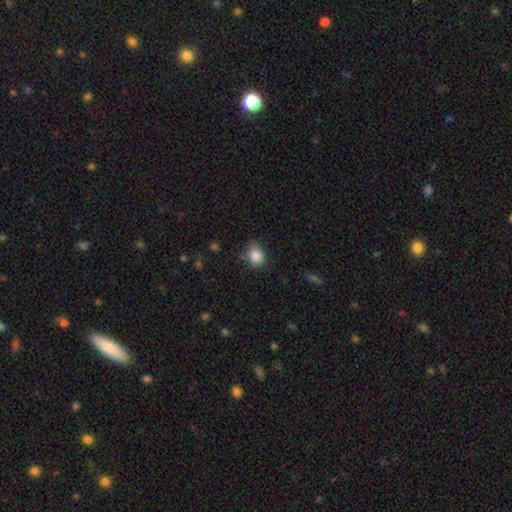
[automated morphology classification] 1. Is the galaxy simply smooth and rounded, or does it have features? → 86% smooth, 9% star or artifact, 5% featured or disk.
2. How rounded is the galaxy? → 49% in between (tied), 49% round (tied), 1% cigar-shaped.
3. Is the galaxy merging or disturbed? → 67% none, 25% minor disturbance, 5% major disturbance, 2% merger.